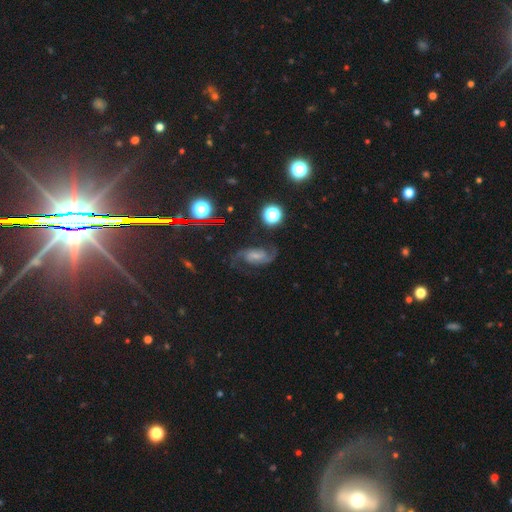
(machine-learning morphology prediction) featured or disk 81%, star or artifact 10%, smooth 9%. Down the decision tree: edge-on disk — no (97%); bar — weak (49%); spiral arms — yes (97%); spiral arm count — 2 (91%); spiral winding — medium (51%); bulge size — small (43%); merging — none (71%).